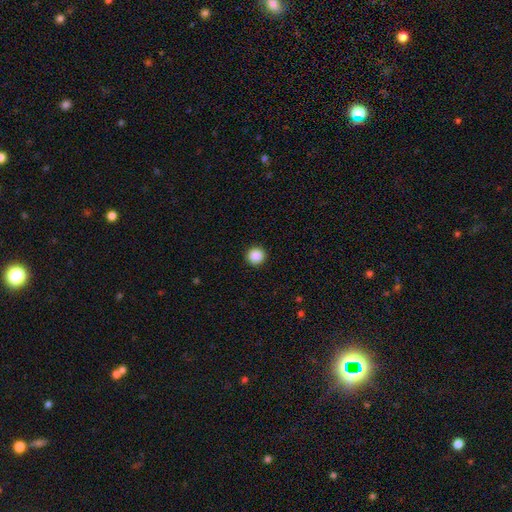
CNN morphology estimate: Q: Smooth or featured?
A: smooth (89%); runner-up: star or artifact (9%)
Q: How rounded?
A: round (95%); runner-up: in between (4%)
Q: Merging?
A: none (93%); runner-up: minor disturbance (5%)